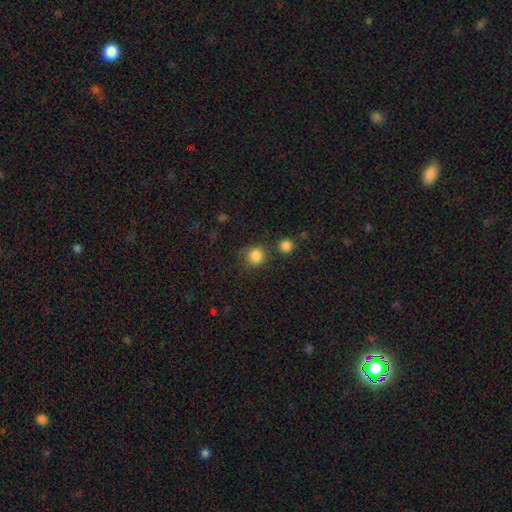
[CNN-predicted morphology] A smooth galaxy with no disk features (84%) that is round (89%). Merging: none (77%).